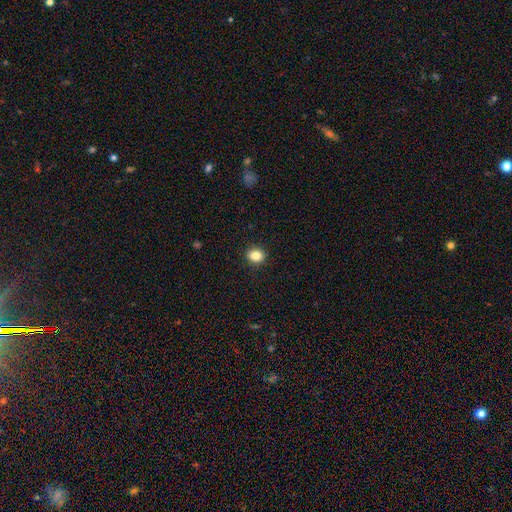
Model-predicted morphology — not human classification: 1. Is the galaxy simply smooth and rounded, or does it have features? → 85% smooth, 10% star or artifact, 5% featured or disk.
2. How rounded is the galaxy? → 64% round, 35% in between, 1% cigar-shaped.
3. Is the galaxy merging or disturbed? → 91% none, 6% minor disturbance, 2% major disturbance, 1% merger.